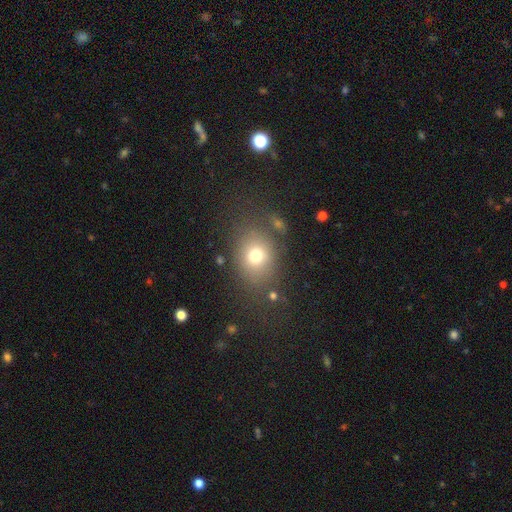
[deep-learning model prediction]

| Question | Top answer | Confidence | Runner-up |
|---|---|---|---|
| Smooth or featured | smooth | 73% | star or artifact (14%) |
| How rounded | in between | 49% | tied: round (49%) |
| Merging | none | 72% | minor disturbance (15%) |